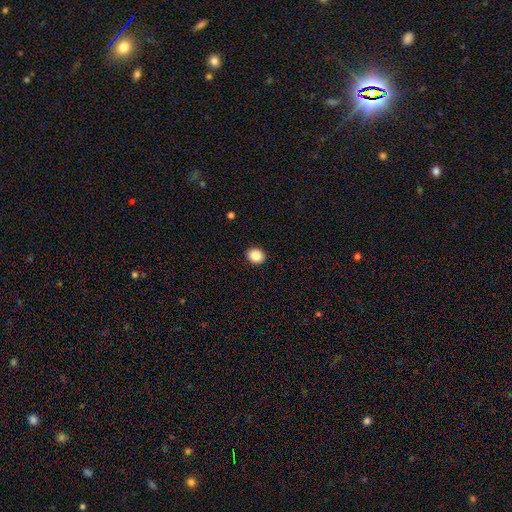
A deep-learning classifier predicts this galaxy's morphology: smooth_or_featured: smooth (p=0.87) [alt: star or artifact p=0.09]
how_rounded: round (p=0.63) [alt: in between p=0.36]
merging: none (p=0.91) [alt: minor disturbance p=0.06]